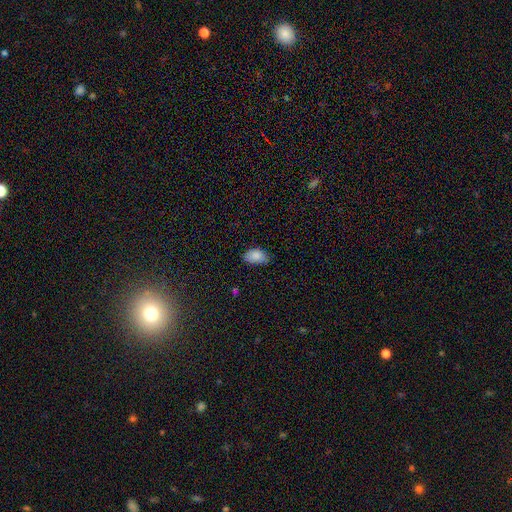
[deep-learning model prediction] Smooth or featured? Predicted: smooth (p=0.87). How rounded? Predicted: in between (p=0.93). Merging? Predicted: none (p=0.71).